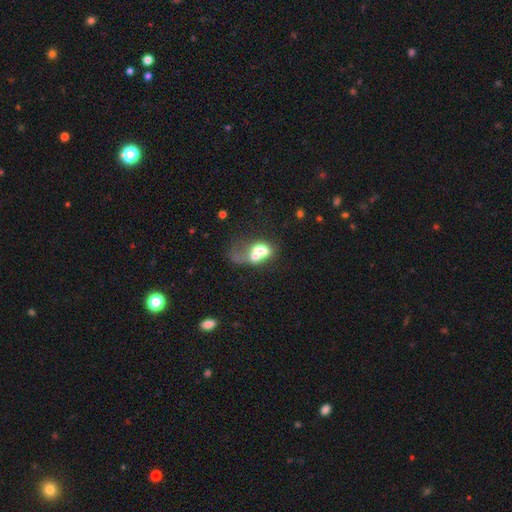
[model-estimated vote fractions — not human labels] Morphology: type=smooth (58%); roundness=in between (68%); merging=merger (64%).